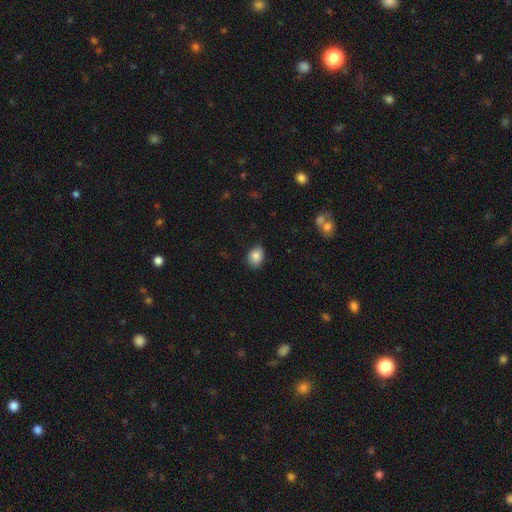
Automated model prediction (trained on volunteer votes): Smooth or featured? smooth (85%)
How rounded? in between (66%)
Merging? none (80%)